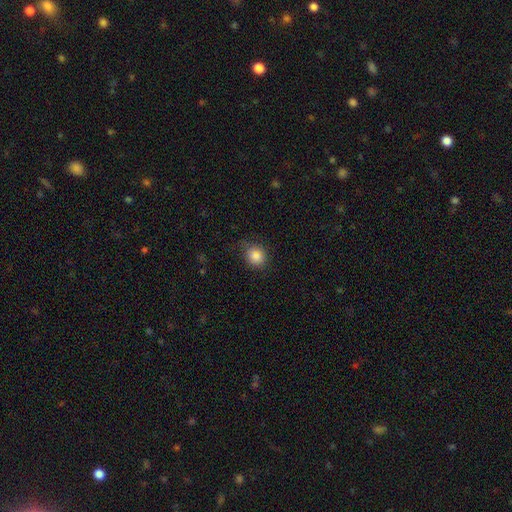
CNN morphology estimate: smooth 84%, star or artifact 10%, featured or disk 6%. Down the decision tree: how rounded — round (71%); merging — none (72%).